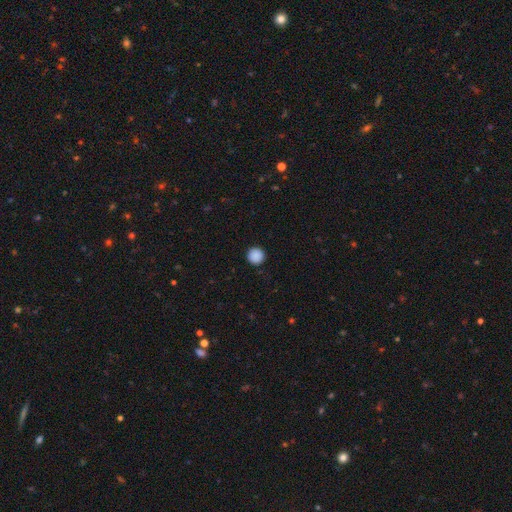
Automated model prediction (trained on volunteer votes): Smooth or featured?
  - smooth: 89% *
  - star or artifact: 9%
  - featured or disk: 2%
How rounded?
  - round: 96% *
  - in between: 3%
  - cigar-shaped: 1%
Merging?
  - none: 93% *
  - minor disturbance: 5%
  - major disturbance: 2%
  - merger: 1%